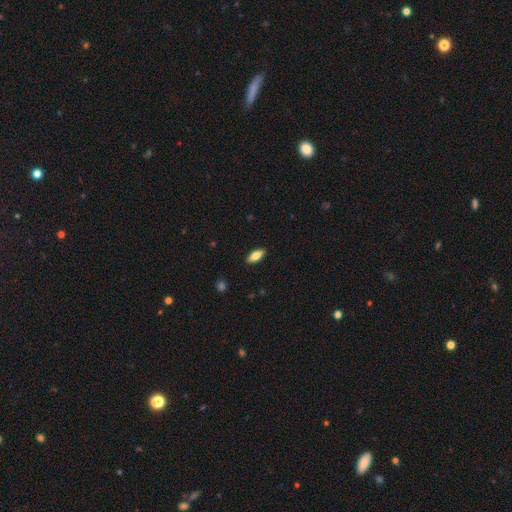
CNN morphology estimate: This is likely a smooth galaxy (76%). How rounded: likely in between (75%). Merging: clearly none (89%).